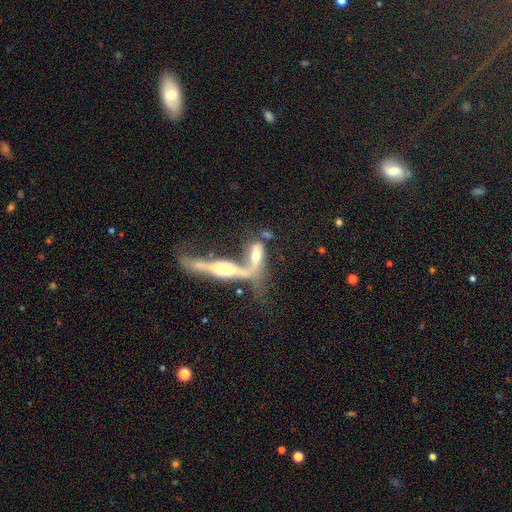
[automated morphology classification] smooth-or-featured: featured or disk: 54% | smooth: 38% | star or artifact: 8%
  disk-edge-on: yes: 62% | no: 38%
  merging: merger: 69% | none: 16% | major disturbance: 8% | minor disturbance: 7%